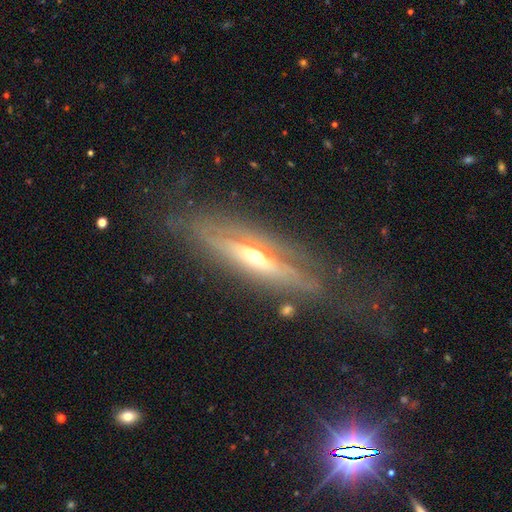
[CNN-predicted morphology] Smooth or featured? Predicted: featured or disk (p=0.79). Edge-on disk? Predicted: yes (p=0.60). Merging? Predicted: none (p=0.71).